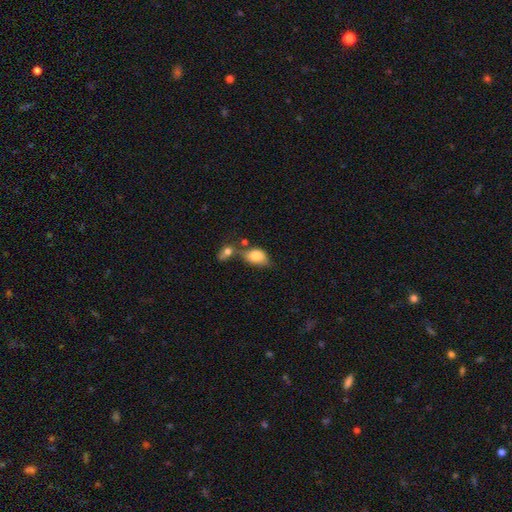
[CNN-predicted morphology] type=smooth (80%); roundness=in between (83%); merging=merger (37%).